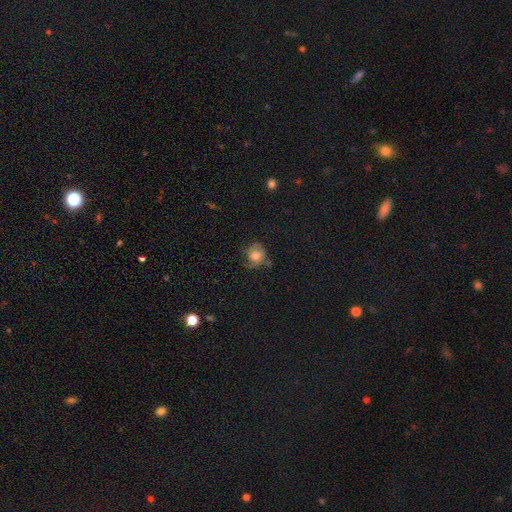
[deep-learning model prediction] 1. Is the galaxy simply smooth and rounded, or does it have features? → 51% smooth, 38% featured or disk, 11% star or artifact.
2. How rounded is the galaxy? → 68% round, 31% in between, 1% cigar-shaped.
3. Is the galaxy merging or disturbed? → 53% none, 27% minor disturbance, 17% major disturbance, 3% merger.